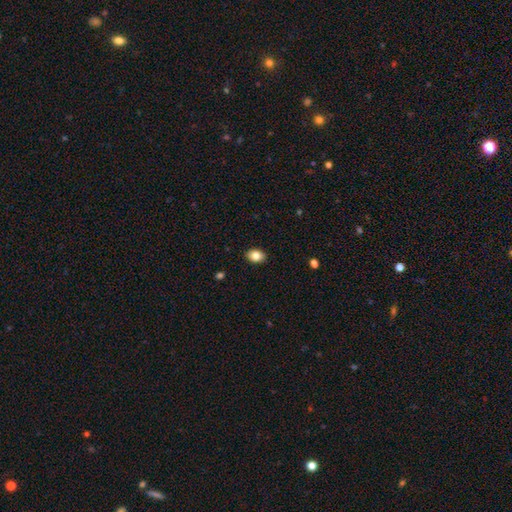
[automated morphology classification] Q: Smooth or featured?
A: smooth (84%); runner-up: star or artifact (9%)
Q: How rounded?
A: in between (75%); runner-up: round (24%)
Q: Merging?
A: none (89%); runner-up: minor disturbance (8%)